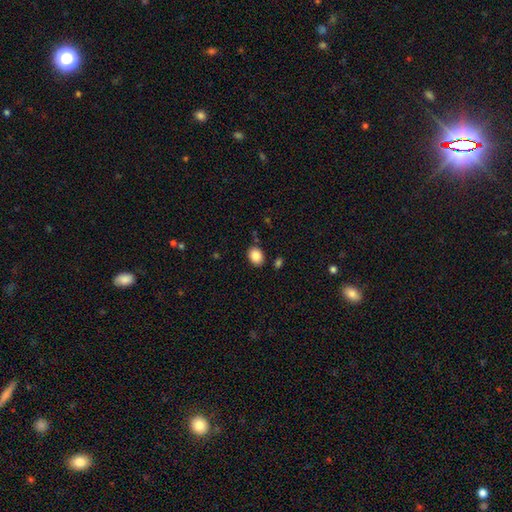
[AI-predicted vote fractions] This is clearly a smooth galaxy (86%). How rounded: likely in between (63%). Merging: clearly none (85%).